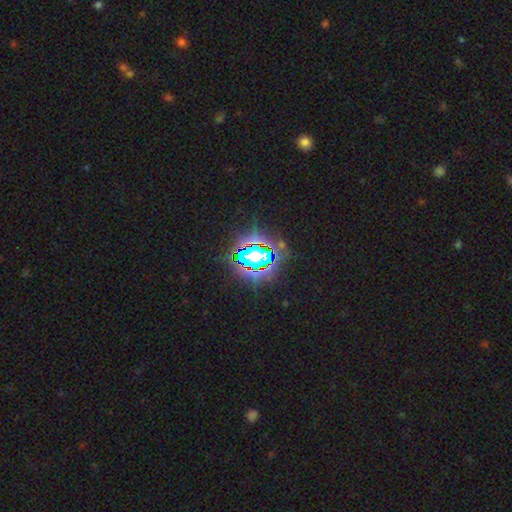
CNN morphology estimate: This is likely a star or artifact rather than a galaxy (72%).